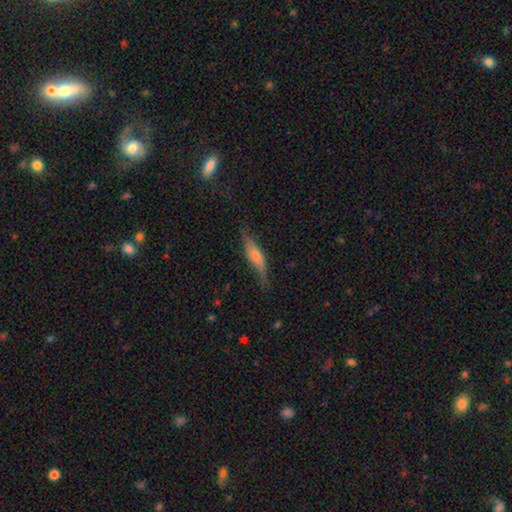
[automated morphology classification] A featured or disk galaxy (52%) viewed edge-on (81%).

Vote fractions:
- Smooth or featured? featured or disk: 52% / smooth: 41% / star or artifact: 7%
- Edge-on disk? yes: 81% / no: 19%
- Merging? none: 70% / minor disturbance: 22% / major disturbance: 6% / merger: 2%